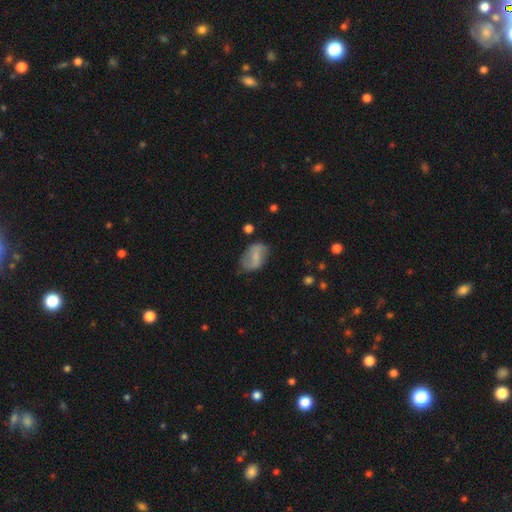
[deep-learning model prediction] Overall: featured or disk (50%; smooth 42%). Merging: none (65%).